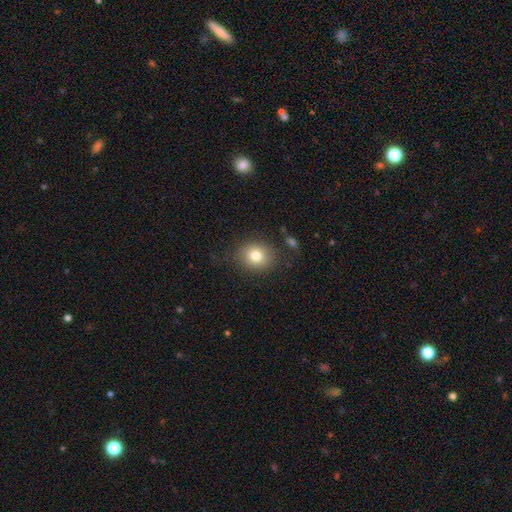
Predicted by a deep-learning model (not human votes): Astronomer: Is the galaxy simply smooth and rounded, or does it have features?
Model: smooth — 79%.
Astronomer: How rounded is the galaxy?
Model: round — 68%.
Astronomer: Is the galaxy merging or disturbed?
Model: none — 83%.